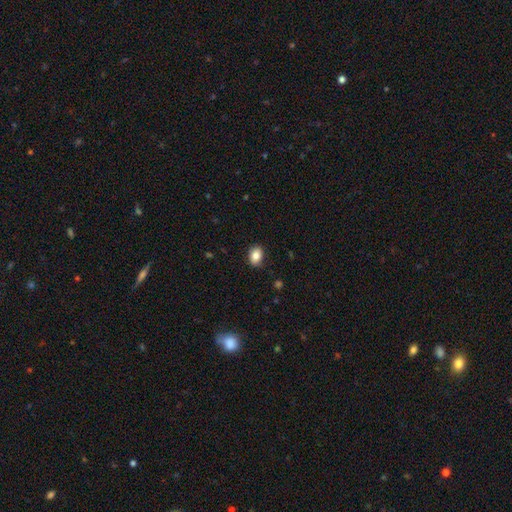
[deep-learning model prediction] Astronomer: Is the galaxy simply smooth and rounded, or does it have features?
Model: smooth — 85%.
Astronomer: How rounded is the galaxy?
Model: in between — 73%.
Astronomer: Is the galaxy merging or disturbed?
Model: none — 86%.